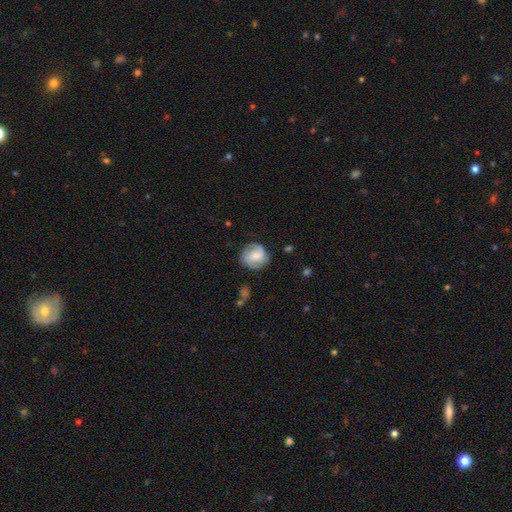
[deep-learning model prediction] A featured or disk galaxy (55%) with no bar (54%), spiral arms (88%) and a small central bulge (43%, tied with moderate). Merging: none (72%).